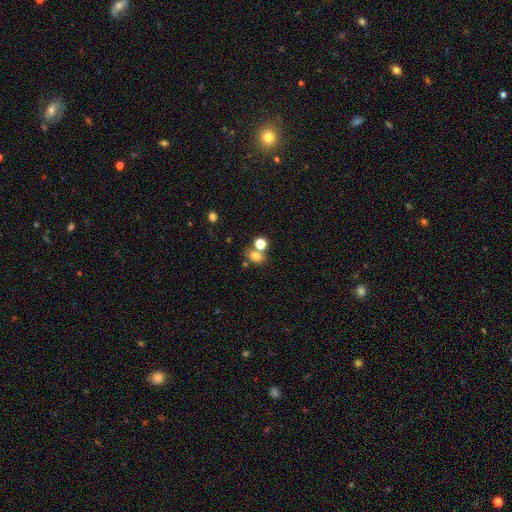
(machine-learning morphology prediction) This is likely a smooth galaxy (74%). How rounded: likely in between (62%). Merging: possibly none (51%).